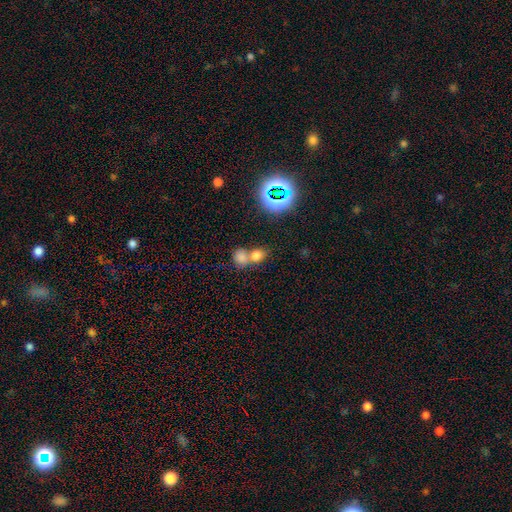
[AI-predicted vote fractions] A smooth galaxy with no disk features (72%) that is round (58%).

Vote fractions:
- Smooth or featured? smooth: 72% / star or artifact: 19% / featured or disk: 9%
- How rounded? round: 58% / in between: 41% / cigar-shaped: 1%
- Merging? merger: 52% / none: 38% / minor disturbance: 7% / major disturbance: 3%